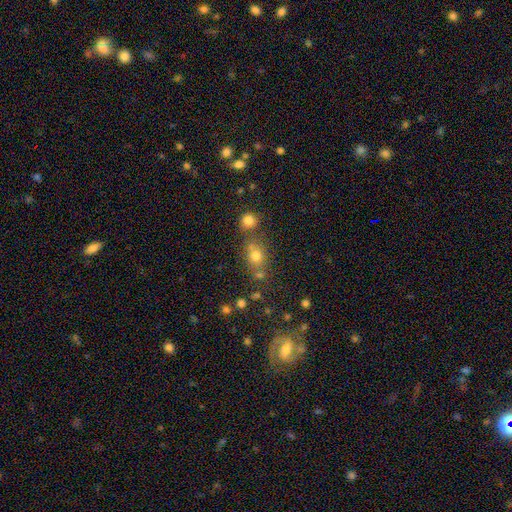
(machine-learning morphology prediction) This appears to be a smooth galaxy with no disk features (70%) that is round (57%). Merging: none (60%).